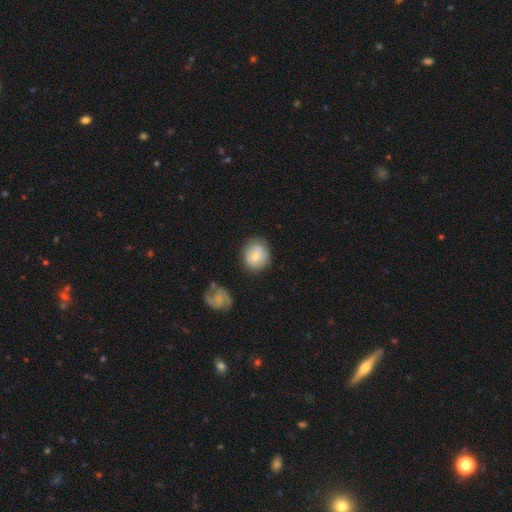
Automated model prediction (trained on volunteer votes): Smooth or featured?
  - smooth: 74% *
  - featured or disk: 19%
  - star or artifact: 7%
How rounded?
  - round: 77% *
  - in between: 23%
  - cigar-shaped: 1%
Merging?
  - none: 79% *
  - minor disturbance: 14%
  - major disturbance: 4%
  - merger: 3%